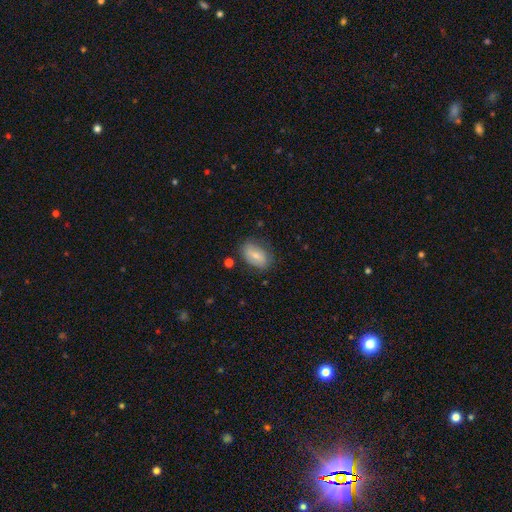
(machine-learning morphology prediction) type=smooth (65%); roundness=in between (89%); merging=none (73%).